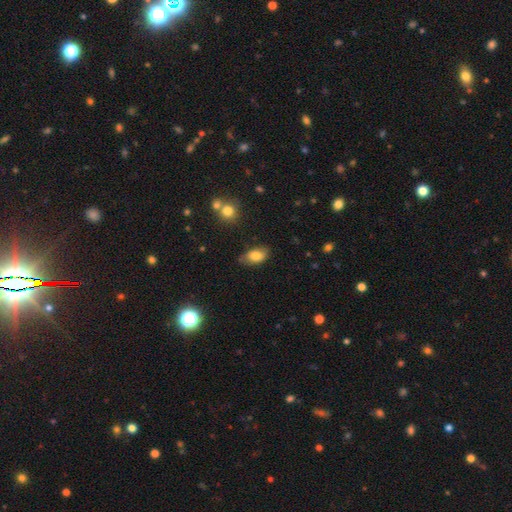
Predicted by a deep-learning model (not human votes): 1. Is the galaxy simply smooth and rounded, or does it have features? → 80% smooth, 12% featured or disk, 8% star or artifact.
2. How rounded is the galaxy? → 90% in between, 7% round, 2% cigar-shaped.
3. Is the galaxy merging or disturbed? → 72% none, 22% minor disturbance, 4% major disturbance, 2% merger.